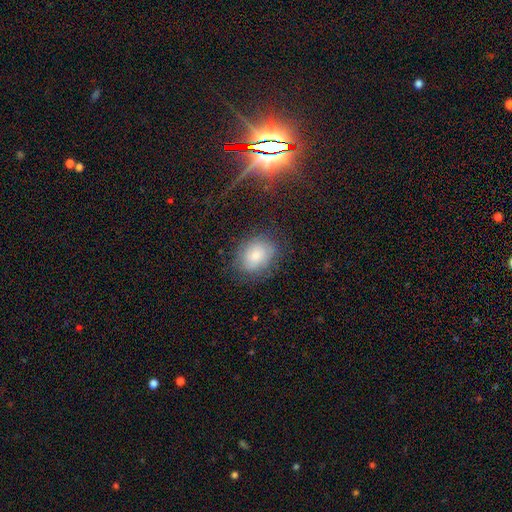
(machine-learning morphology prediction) A smooth galaxy with no disk features (65%) that is in between round and cigar-shaped (60%).

Vote fractions:
- Smooth or featured? smooth: 65% / featured or disk: 26% / star or artifact: 10%
- How rounded? in between: 60% / round: 39% / cigar-shaped: 1%
- Merging? none: 70% / minor disturbance: 19% / major disturbance: 9% / merger: 1%